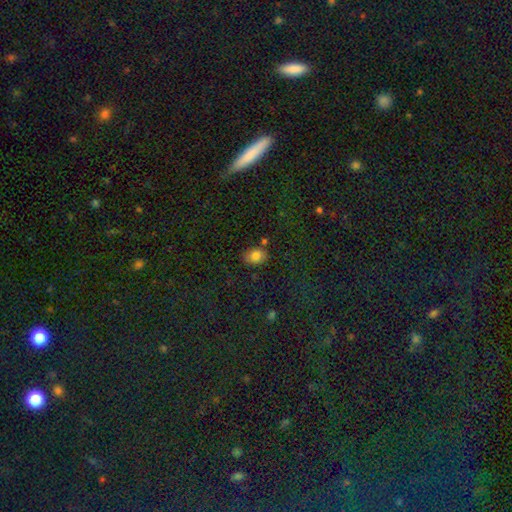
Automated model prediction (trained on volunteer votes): A smooth galaxy with no disk features (80%) that is in between round and cigar-shaped (59%).

Vote fractions:
- Smooth or featured? smooth: 80% / star or artifact: 11% / featured or disk: 9%
- How rounded? in between: 59% / round: 39% / cigar-shaped: 1%
- Merging? none: 76% / minor disturbance: 15% / merger: 6% / major disturbance: 3%